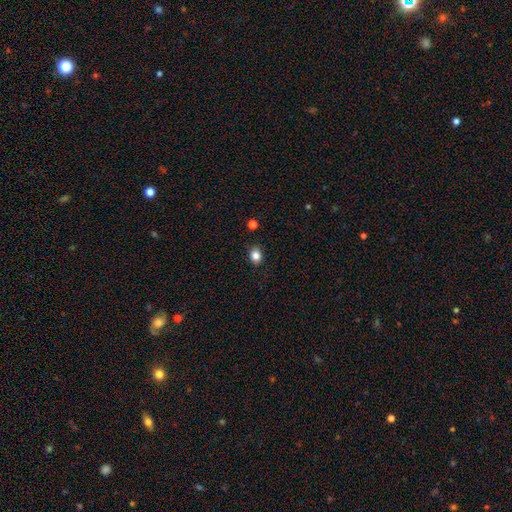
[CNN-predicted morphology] smooth_or_featured: smooth (p=0.83) [alt: star or artifact p=0.11]
how_rounded: round (p=0.50) [alt: in between p=0.49]
merging: none (p=0.86) [alt: minor disturbance p=0.10]